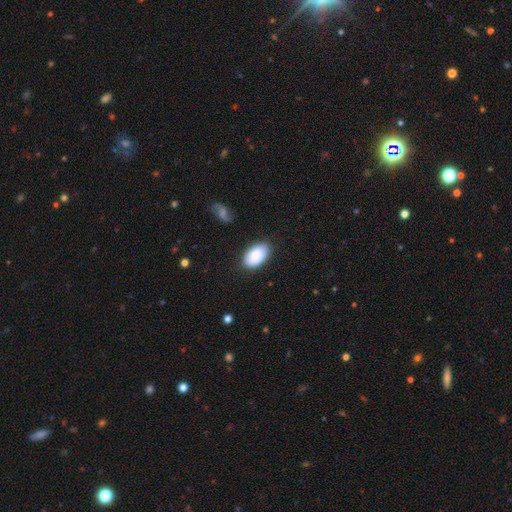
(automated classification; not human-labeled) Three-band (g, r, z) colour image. It shows a smooth galaxy with no disk features (85%) that is in between round and cigar-shaped (94%). Merging: none (81%).